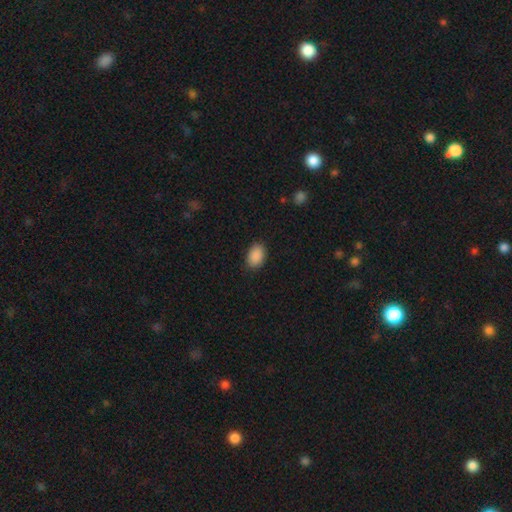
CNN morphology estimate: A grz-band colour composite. It shows a smooth galaxy with no disk features (90%) that is in between round and cigar-shaped (86%). Merging: none (86%).